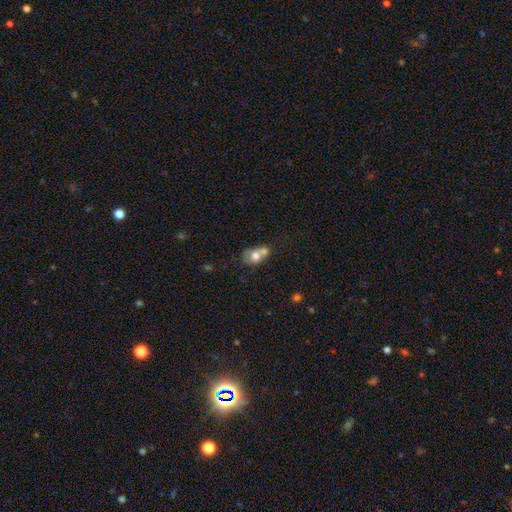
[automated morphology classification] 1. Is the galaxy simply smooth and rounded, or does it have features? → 68% smooth, 23% featured or disk, 9% star or artifact.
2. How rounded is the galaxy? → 51% in between, 48% round, 1% cigar-shaped.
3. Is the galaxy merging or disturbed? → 62% merger, 23% none, 10% minor disturbance, 5% major disturbance.